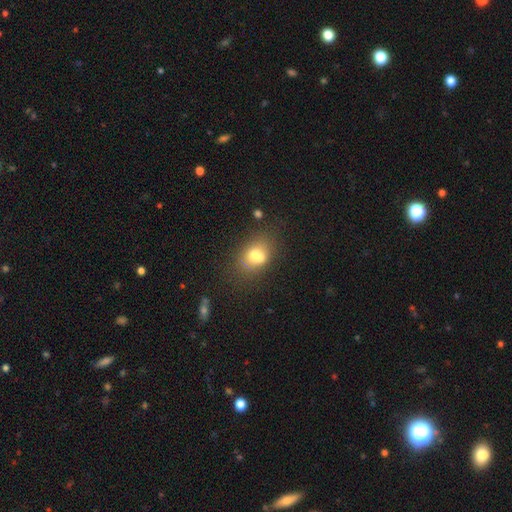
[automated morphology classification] Smooth or featured: smooth — 66% (featured or disk — 22%)
How rounded: in between — 60% (round — 39%)
Merging: none — 39% (merger — 38%)